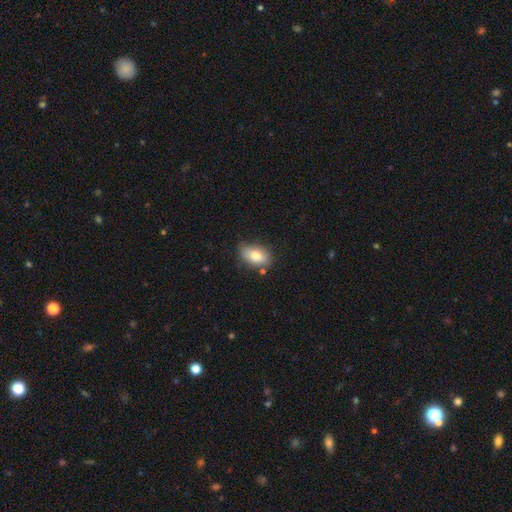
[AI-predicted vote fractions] smooth_or_featured: smooth (p=0.78) [alt: featured or disk p=0.15]
how_rounded: in between (p=0.89) [alt: round p=0.08]
merging: none (p=0.69) [alt: minor disturbance p=0.22]